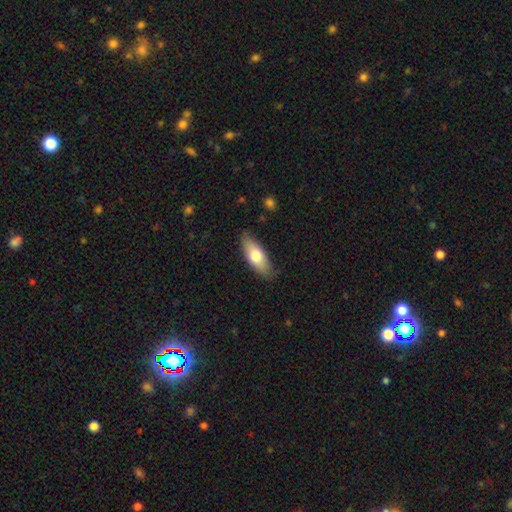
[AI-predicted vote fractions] smooth 70%, featured or disk 24%, star or artifact 6%. Down the decision tree: how rounded — in between (74%); merging — none (83%).